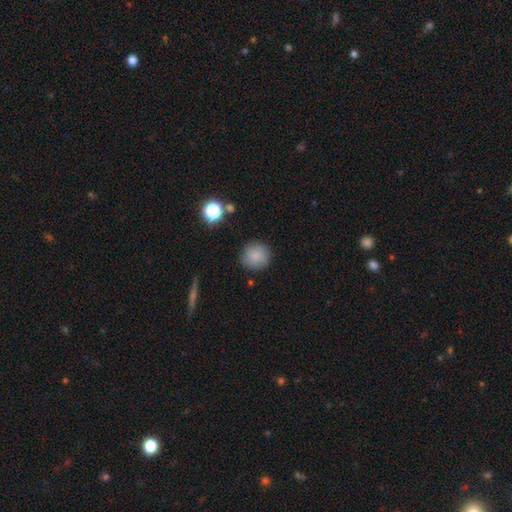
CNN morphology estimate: smooth 84%, star or artifact 10%, featured or disk 6%. Down the decision tree: how rounded — round (93%); merging — none (87%).